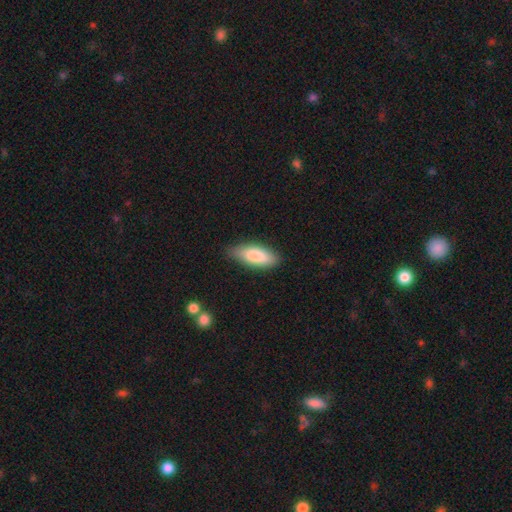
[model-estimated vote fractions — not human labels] Smooth or featured?
  - smooth: 84% *
  - featured or disk: 10%
  - star or artifact: 6%
How rounded?
  - in between: 77% *
  - cigar-shaped: 22%
  - round: 2%
Merging?
  - none: 81% *
  - minor disturbance: 15%
  - major disturbance: 3%
  - merger: 1%